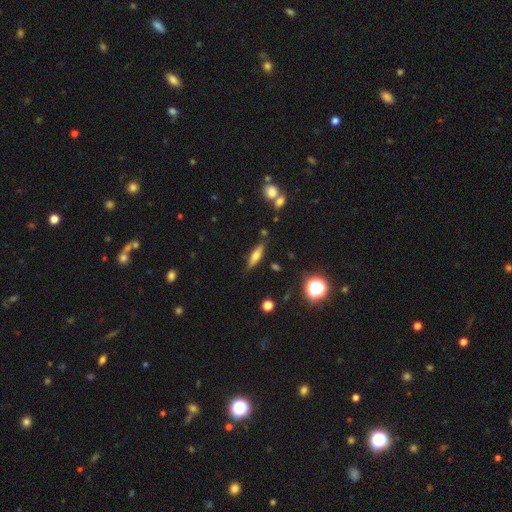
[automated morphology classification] A smooth galaxy with no disk features (60%) that is cigar-shaped (53%).

Vote fractions:
- Smooth or featured? smooth: 60% / featured or disk: 30% / star or artifact: 9%
- How rounded? cigar-shaped: 53% / in between: 44% / round: 3%
- Merging? none: 81% / minor disturbance: 12% / merger: 4% / major disturbance: 3%